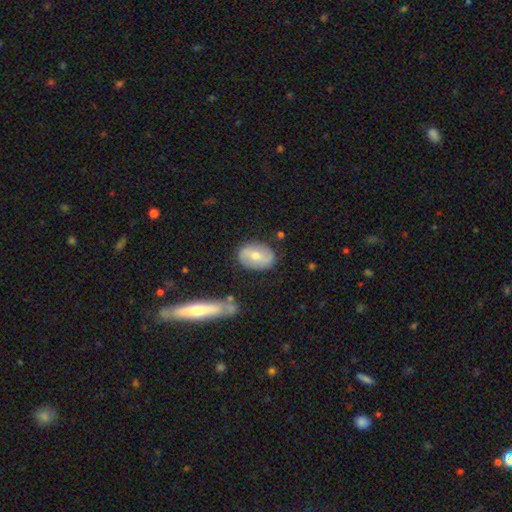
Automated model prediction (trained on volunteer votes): Smooth or featured?
  - featured or disk: 50% *
  - smooth: 43%
  - star or artifact: 7%
Edge-on disk?
  - no: 89% *
  - yes: 11%
Merging?
  - none: 79% *
  - minor disturbance: 14%
  - major disturbance: 3%
  - merger: 3%